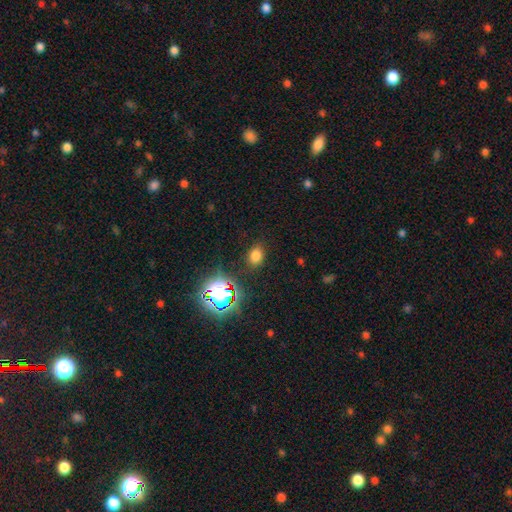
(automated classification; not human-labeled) This appears to be a smooth galaxy with no disk features (69%) that is in between round and cigar-shaped (65%). Merging: none (83%).